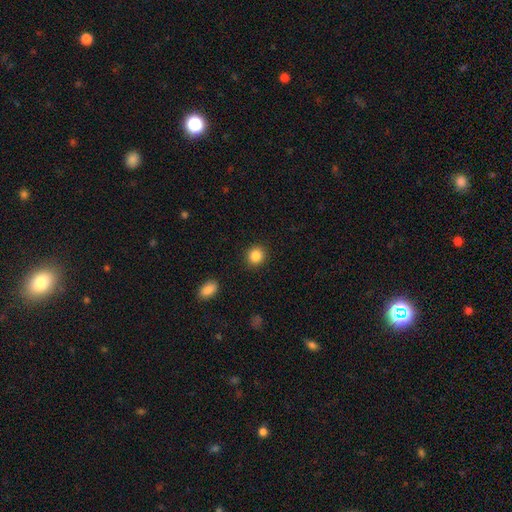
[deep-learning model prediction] Q: Smooth or featured?
A: smooth (86%); runner-up: star or artifact (10%)
Q: How rounded?
A: round (85%); runner-up: in between (14%)
Q: Merging?
A: none (91%); runner-up: minor disturbance (6%)